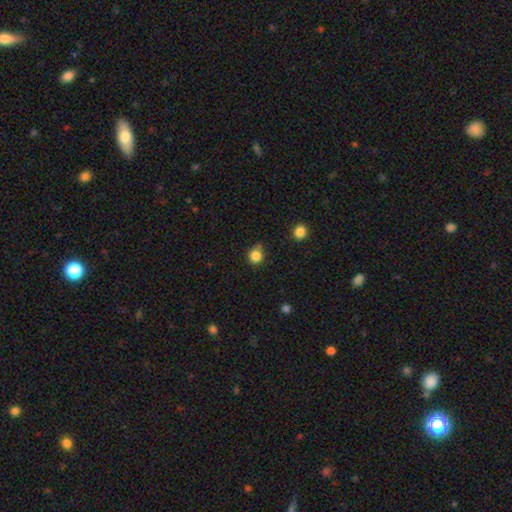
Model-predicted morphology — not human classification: Smooth or featured? Predicted: smooth (p=0.84). How rounded? Predicted: round (p=0.85). Merging? Predicted: none (p=0.67).